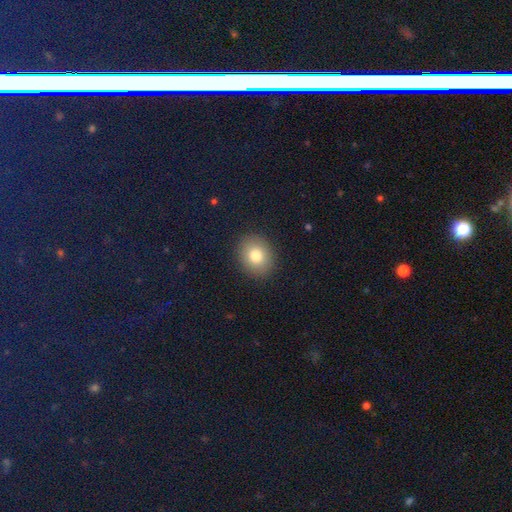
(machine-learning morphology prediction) This is likely a smooth galaxy (79%). How rounded: likely round (63%). Merging: clearly none (90%).